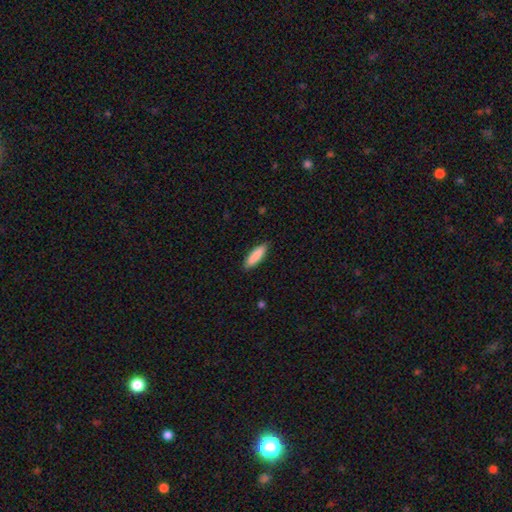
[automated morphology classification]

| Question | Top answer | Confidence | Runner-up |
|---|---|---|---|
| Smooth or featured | smooth | 88% | featured or disk (7%) |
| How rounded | cigar-shaped | 61% | in between (37%) |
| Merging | none | 88% | minor disturbance (9%) |